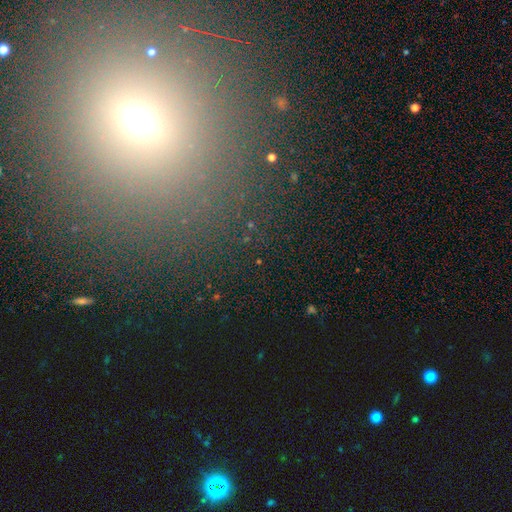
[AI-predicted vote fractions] A star or artifact, not a galaxy (46%).